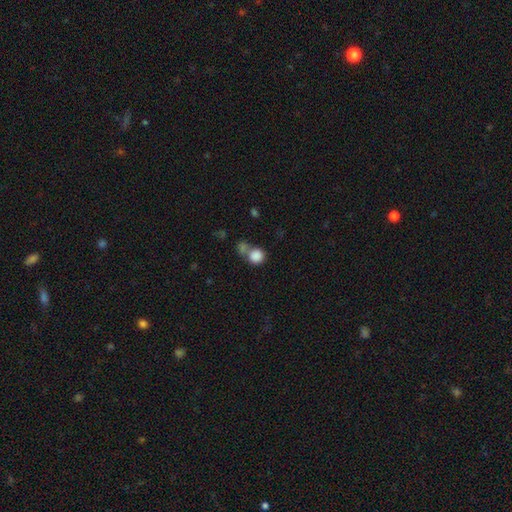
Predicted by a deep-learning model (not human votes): A smooth galaxy with no disk features (84%) that is round (87%). Merging: none (43%).